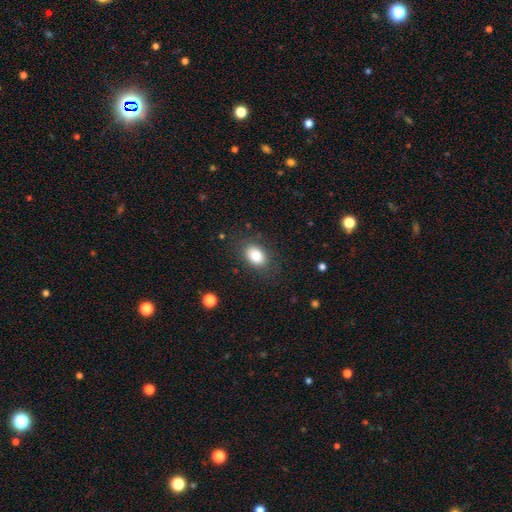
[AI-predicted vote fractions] Q: Smooth or featured?
A: smooth (83%); runner-up: star or artifact (9%)
Q: How rounded?
A: in between (81%); runner-up: round (18%)
Q: Merging?
A: none (79%); runner-up: minor disturbance (14%)